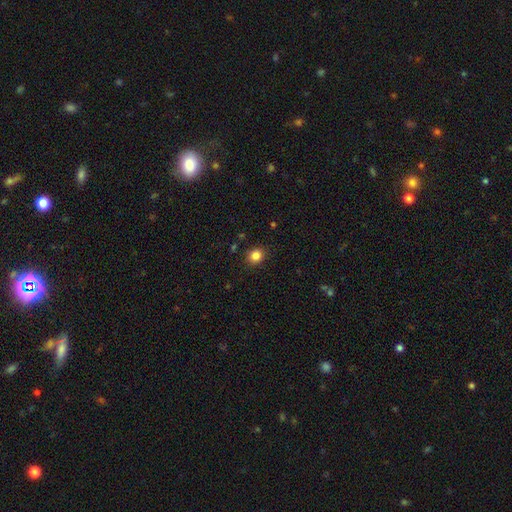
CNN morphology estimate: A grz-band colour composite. It shows a smooth galaxy with no disk features (83%) that is round (79%). Merging: none (89%).